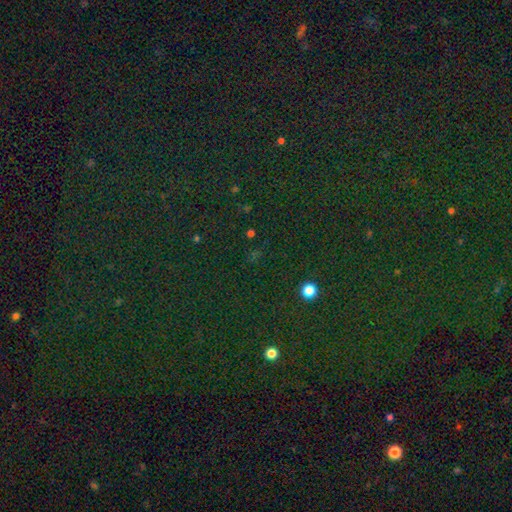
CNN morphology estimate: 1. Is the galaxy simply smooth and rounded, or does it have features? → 72% star or artifact, 20% smooth, 8% featured or disk.